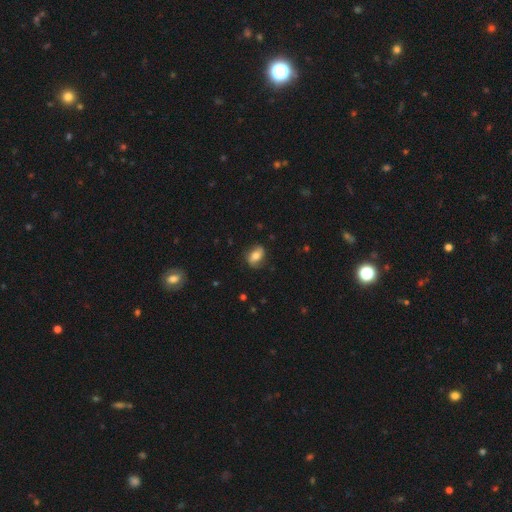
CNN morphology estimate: A smooth galaxy with no disk features (58%) that is in between round and cigar-shaped (74%). Merging: none (75%).